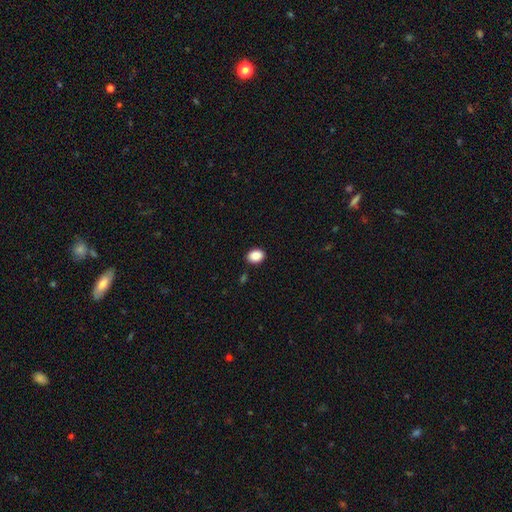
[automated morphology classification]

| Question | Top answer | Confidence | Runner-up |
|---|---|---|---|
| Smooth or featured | smooth | 88% | star or artifact (8%) |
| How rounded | in between | 58% | round (41%) |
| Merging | none | 90% | minor disturbance (7%) |